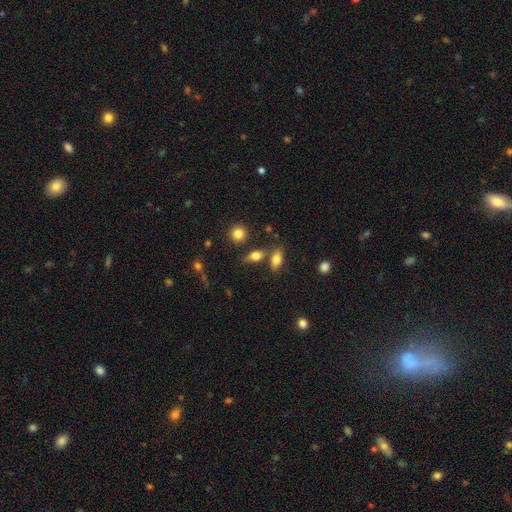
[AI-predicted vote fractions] Morphology: type=smooth (75%); roundness=in between (75%); merging=none (65%).